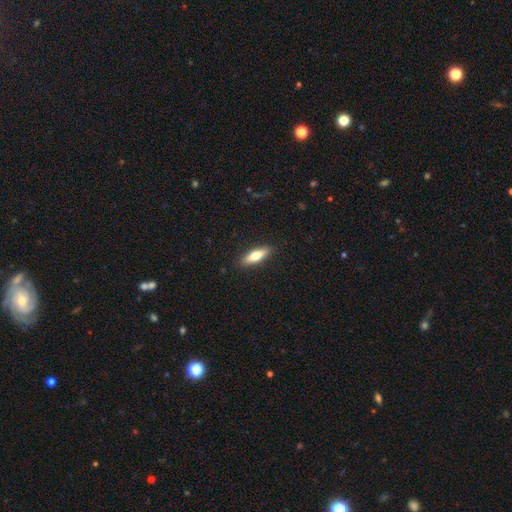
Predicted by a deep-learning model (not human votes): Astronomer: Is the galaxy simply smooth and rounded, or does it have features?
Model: smooth — 68%.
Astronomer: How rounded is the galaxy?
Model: cigar-shaped — 54% (runner-up: in between, 44%).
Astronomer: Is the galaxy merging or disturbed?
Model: none — 89%.